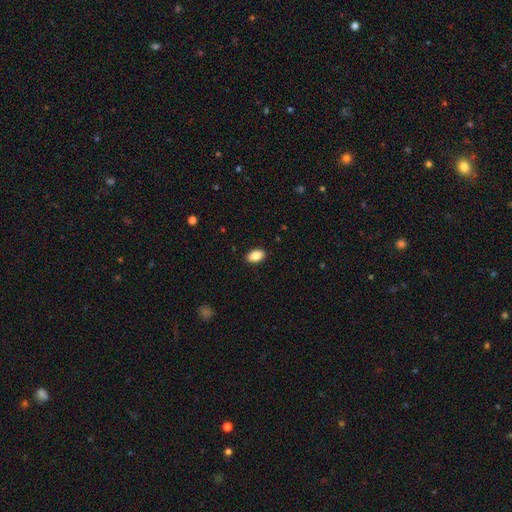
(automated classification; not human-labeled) Overall: smooth (87%). How rounded: in between (91%). Merging: none (90%).